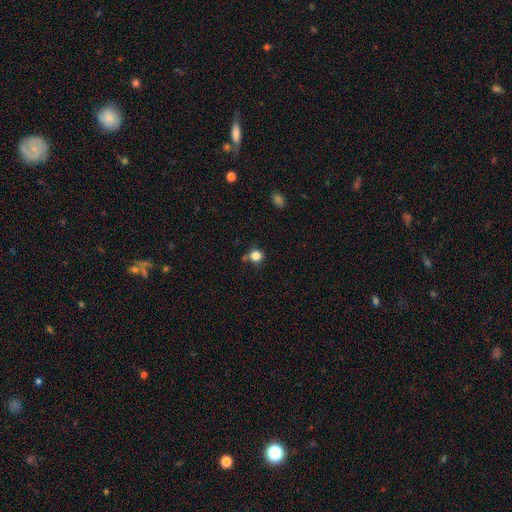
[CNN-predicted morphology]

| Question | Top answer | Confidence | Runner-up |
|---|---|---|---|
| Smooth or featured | smooth | 82% | star or artifact (12%) |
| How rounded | round | 91% | in between (8%) |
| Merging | none | 69% | minor disturbance (18%) |